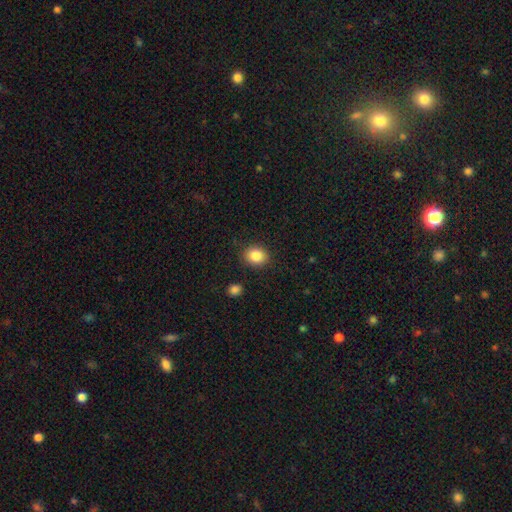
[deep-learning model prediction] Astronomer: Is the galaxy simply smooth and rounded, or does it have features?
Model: smooth — 86%.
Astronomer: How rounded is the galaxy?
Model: round — 59% (runner-up: in between, 40%).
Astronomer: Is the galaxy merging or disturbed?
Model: none — 87%.